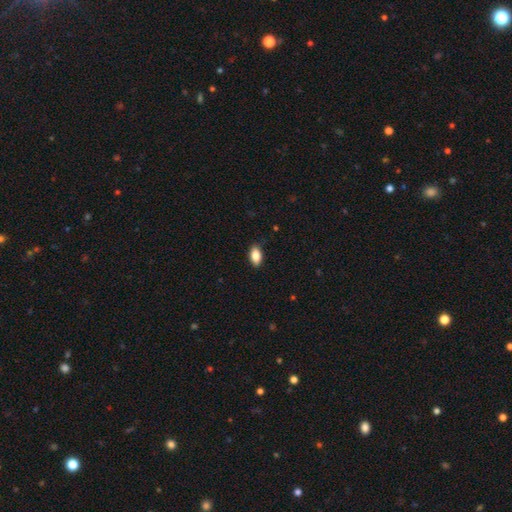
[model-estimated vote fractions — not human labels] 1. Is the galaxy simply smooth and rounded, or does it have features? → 84% smooth, 8% featured or disk, 7% star or artifact.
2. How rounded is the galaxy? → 91% in between, 5% cigar-shaped, 4% round.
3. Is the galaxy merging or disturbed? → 88% none, 10% minor disturbance, 2% major disturbance, 1% merger.